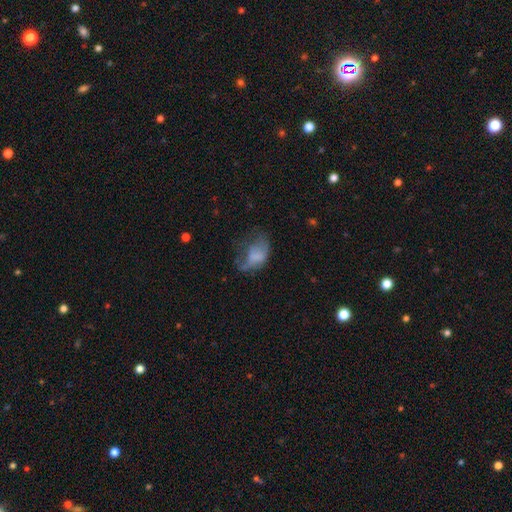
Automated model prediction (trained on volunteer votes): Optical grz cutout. It shows a smooth galaxy with no disk features (56%) that is in between round and cigar-shaped (84%). Merging: major disturbance (44%).